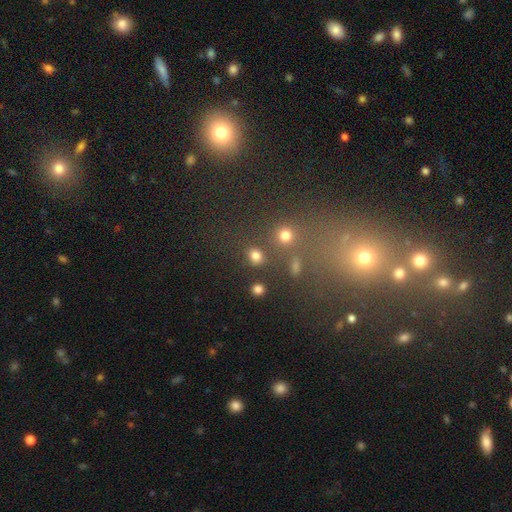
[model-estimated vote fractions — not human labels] A smooth galaxy with no disk features (79%) that is round (66%). Merging: none (77%).